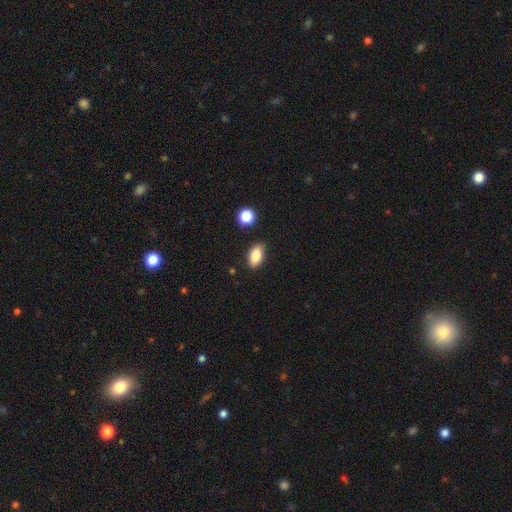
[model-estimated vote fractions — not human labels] Q: Smooth or featured?
A: smooth (83%); runner-up: featured or disk (8%)
Q: How rounded?
A: in between (89%); runner-up: round (6%)
Q: Merging?
A: none (86%); runner-up: minor disturbance (10%)